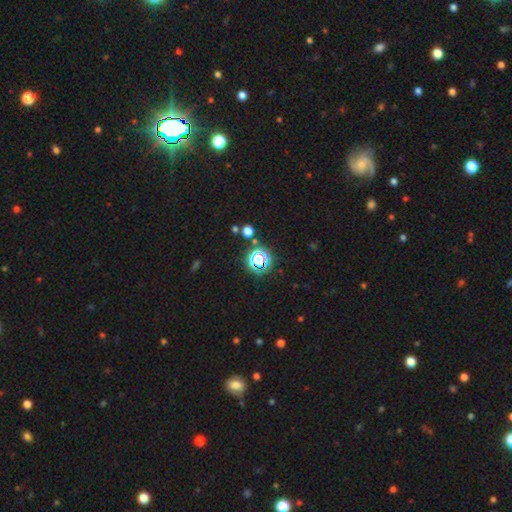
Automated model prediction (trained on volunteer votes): smooth-or-featured: star or artifact: 66% | smooth: 25% | featured or disk: 9%